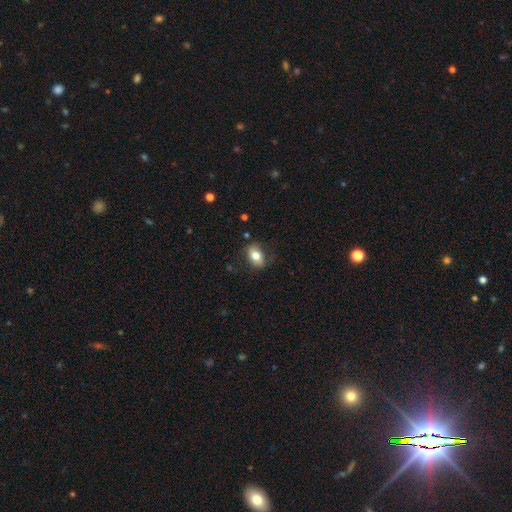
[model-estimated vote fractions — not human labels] This appears to be a smooth galaxy with no disk features (73%) that is in between round and cigar-shaped (84%). Merging: none (76%).